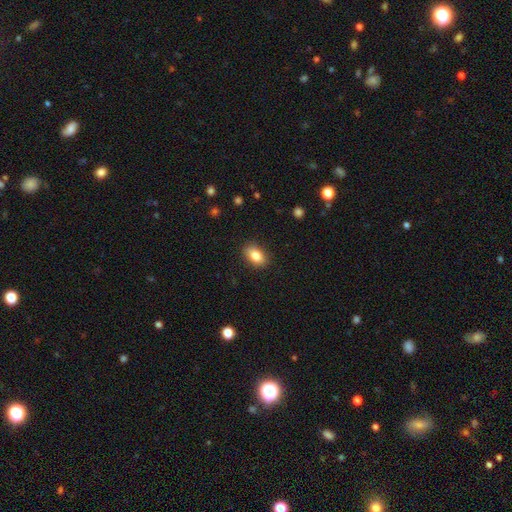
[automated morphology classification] This appears to be a smooth galaxy with no disk features (83%) that is in between round and cigar-shaped (84%). Merging: none (87%).